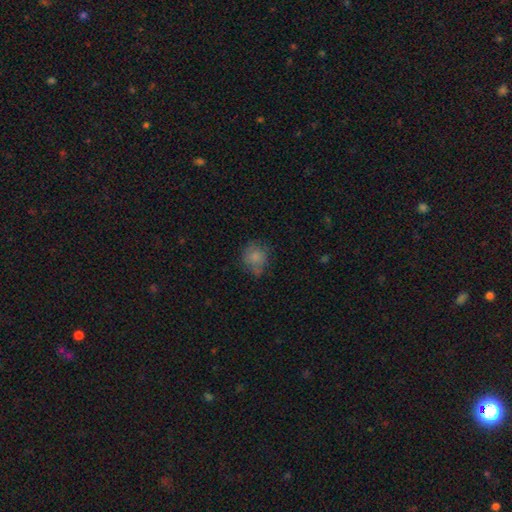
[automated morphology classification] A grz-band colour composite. It shows a smooth galaxy with no disk features (79%) that is round (82%). Merging: none (67%).